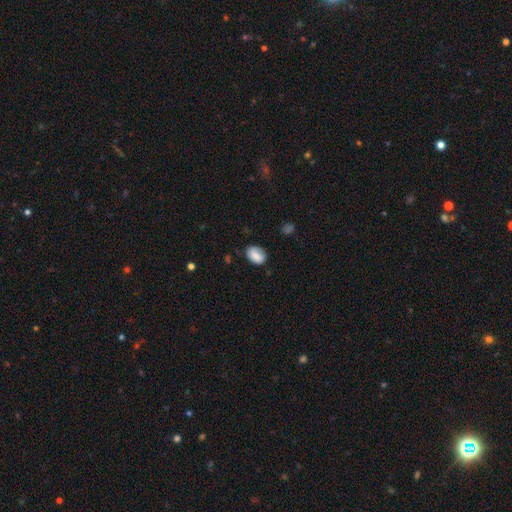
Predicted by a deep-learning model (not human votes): Smooth or featured? smooth (78%)
How rounded? in between (80%)
Merging? none (65%)